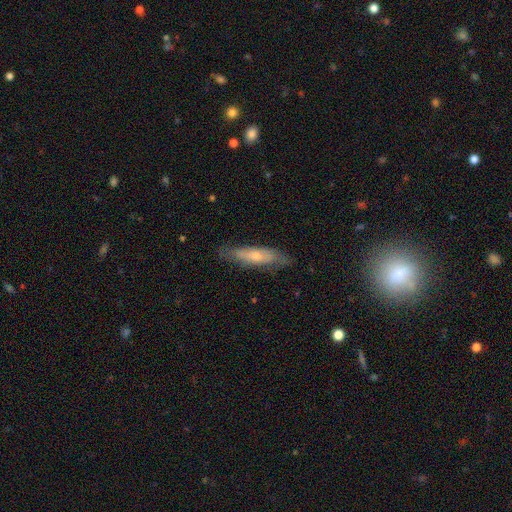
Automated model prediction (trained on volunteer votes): smooth-or-featured: featured or disk: 49% | smooth: 45% | star or artifact: 7%
  merging: none: 77% | minor disturbance: 18% | major disturbance: 4% | merger: 1%